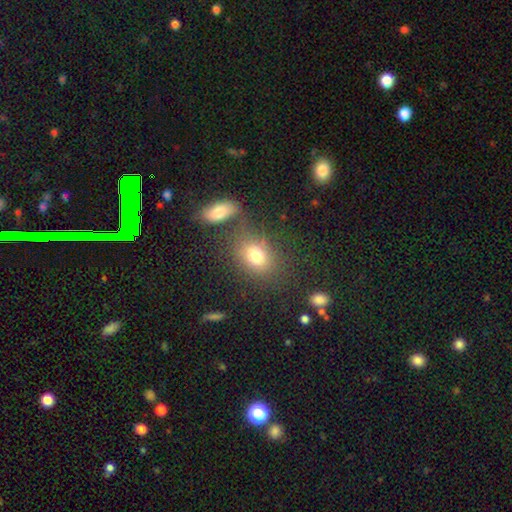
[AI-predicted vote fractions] Smooth or featured? Predicted: smooth (p=0.75). How rounded? Predicted: in between (p=0.63). Merging? Predicted: none (p=0.63).